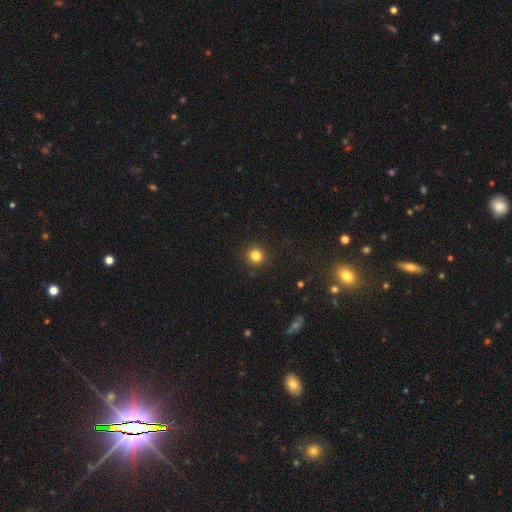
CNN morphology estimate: A smooth galaxy with no disk features (83%) that is round (93%). Merging: none (91%).